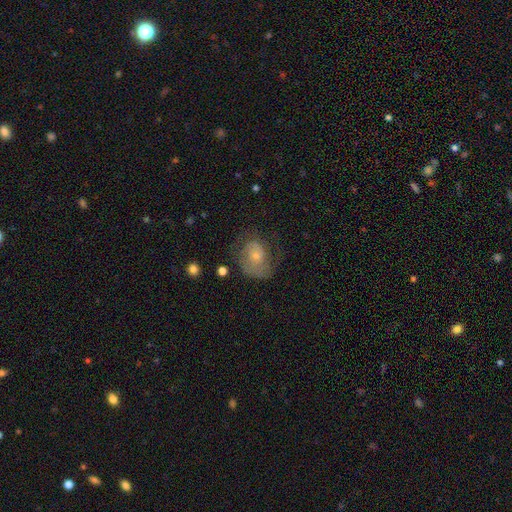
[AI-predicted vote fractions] Smooth or featured?
  - featured or disk: 59% *
  - smooth: 33%
  - star or artifact: 8%
Edge-on disk?
  - no: 97% *
  - yes: 3%
Bar?
  - no: 77% *
  - weak: 20%
  - strong: 3%
Spiral arms?
  - yes: 77% *
  - no: 23%
Bulge size?
  - small: 67% *
  - moderate: 27%
  - none: 3%
  - large: 2%
  - dominant: 1%
Merging?
  - none: 48% *
  - major disturbance: 26%
  - minor disturbance: 24%
  - merger: 2%